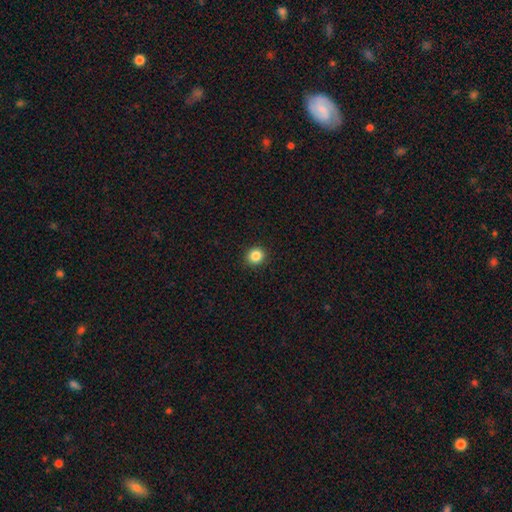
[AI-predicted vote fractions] Overall: smooth (85%). How rounded: round (88%). Merging: none (92%).